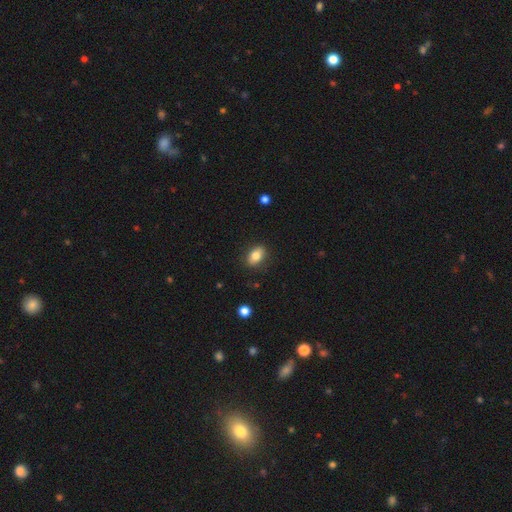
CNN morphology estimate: Overall: smooth (79%). How rounded: in between (84%). Merging: none (86%).